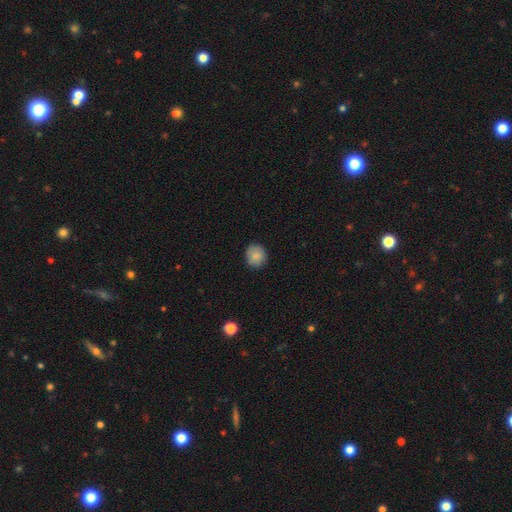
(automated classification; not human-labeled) This appears to be a smooth galaxy with no disk features (85%) that is round (86%). Merging: none (85%).